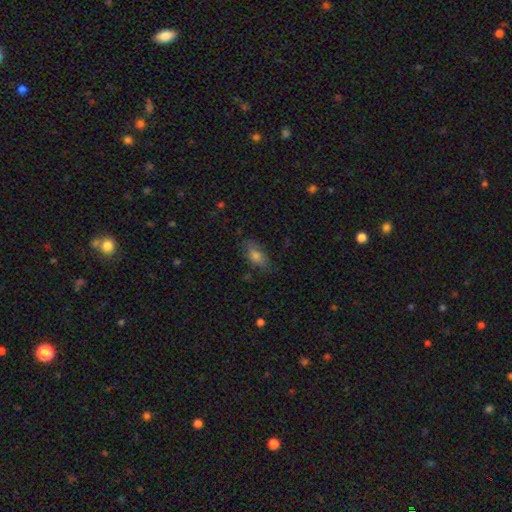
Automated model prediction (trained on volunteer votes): Smooth or featured: smooth — 73% (featured or disk — 17%)
How rounded: in between — 82% (cigar-shaped — 12%)
Merging: none — 76% (minor disturbance — 18%)